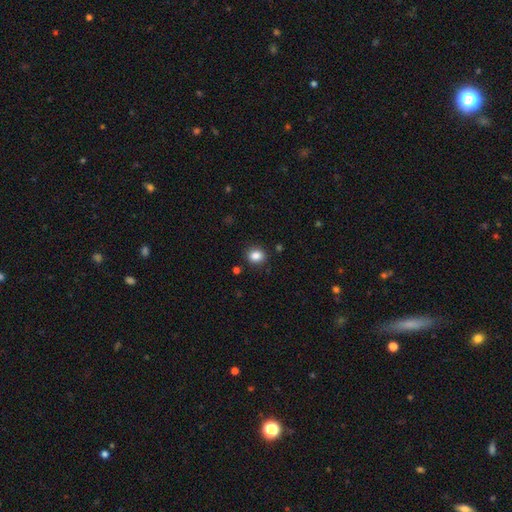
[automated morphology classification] A smooth galaxy with no disk features (86%) that is round (64%).

Vote fractions:
- Smooth or featured? smooth: 86% / star or artifact: 10% / featured or disk: 4%
- How rounded? round: 64% / in between: 35% / cigar-shaped: 1%
- Merging? none: 88% / minor disturbance: 8% / major disturbance: 2% / merger: 2%